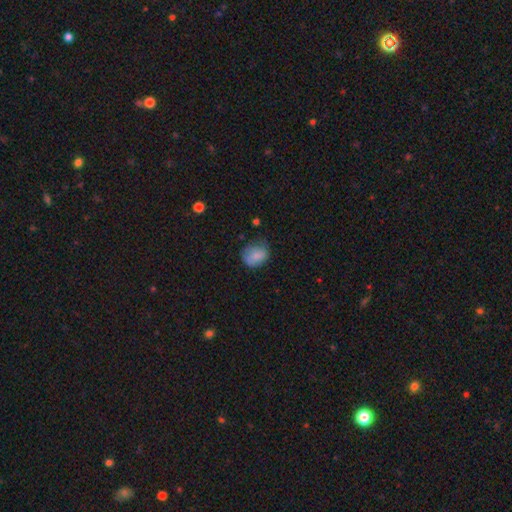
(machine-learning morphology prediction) This is likely a smooth galaxy (80%). How rounded: possibly round (51%). Merging: possibly none (53%).